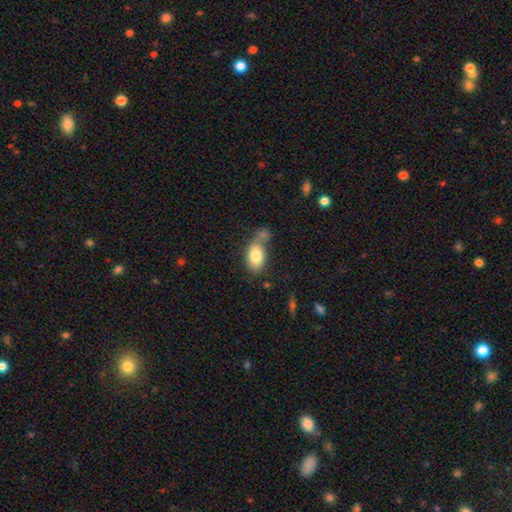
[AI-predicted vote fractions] The model was most divided on "merging": none: 45%, merger: 28%, minor disturbance: 19%, major disturbance: 8%. More confident: how rounded — in between (89%); smooth or featured — smooth (80%).